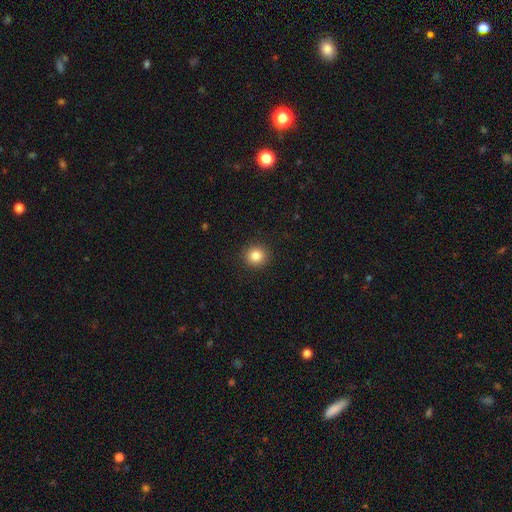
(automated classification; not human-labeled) Smooth or featured? Predicted: smooth (p=0.84). How rounded? Predicted: round (p=0.91). Merging? Predicted: none (p=0.92).